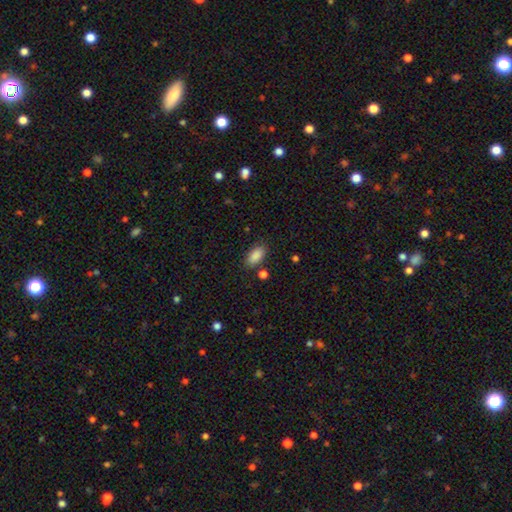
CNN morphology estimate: A smooth galaxy with no disk features (88%) that is in between round and cigar-shaped (91%).

Vote fractions:
- Smooth or featured? smooth: 88% / star or artifact: 8% / featured or disk: 4%
- How rounded? in between: 91% / cigar-shaped: 5% / round: 4%
- Merging? none: 81% / minor disturbance: 11% / merger: 4% / major disturbance: 3%